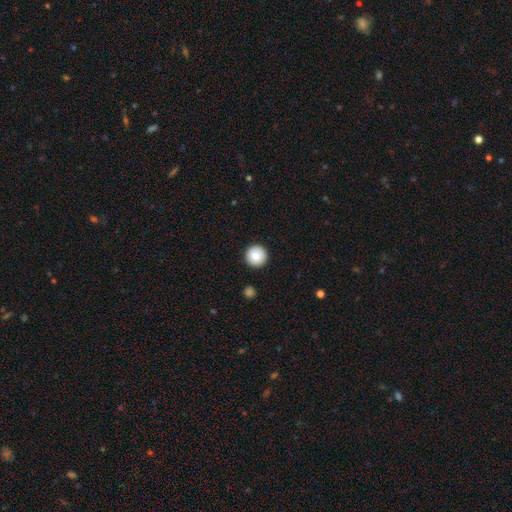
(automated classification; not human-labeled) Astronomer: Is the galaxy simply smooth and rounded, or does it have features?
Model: smooth — 87%.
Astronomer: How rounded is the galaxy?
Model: round — 96%.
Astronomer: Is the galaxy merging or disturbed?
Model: none — 93%.